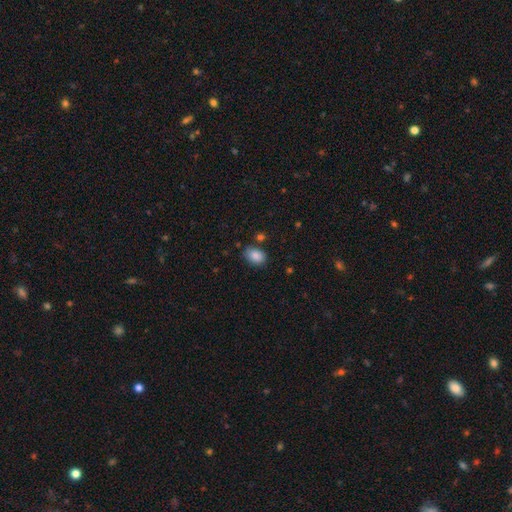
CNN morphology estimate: Q: Smooth or featured?
A: smooth (87%); runner-up: star or artifact (8%)
Q: How rounded?
A: in between (78%); runner-up: round (21%)
Q: Merging?
A: none (74%); runner-up: minor disturbance (17%)